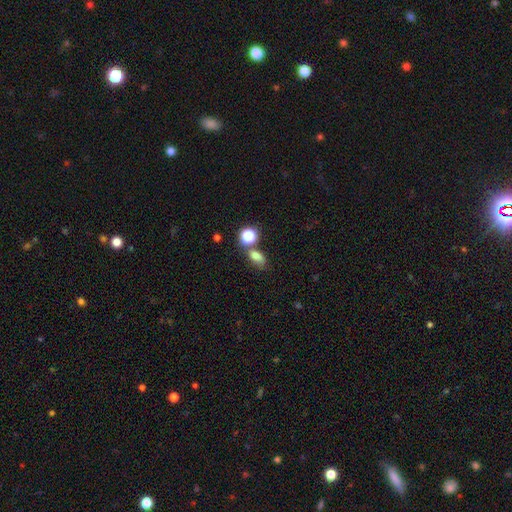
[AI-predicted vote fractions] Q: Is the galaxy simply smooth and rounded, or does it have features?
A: smooth — 74%.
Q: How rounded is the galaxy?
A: in between — 75%.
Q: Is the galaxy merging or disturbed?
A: none — 55%.